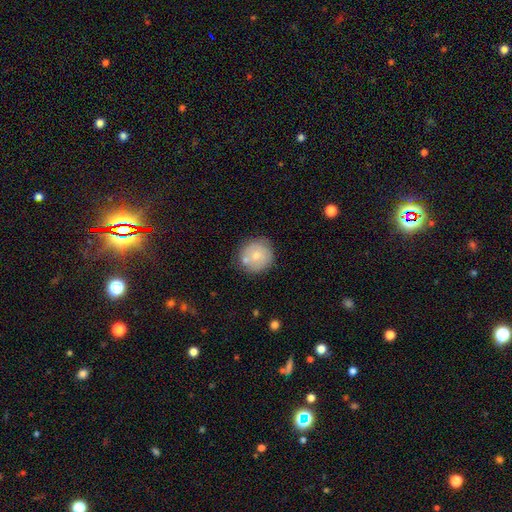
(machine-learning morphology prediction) Smooth or featured? Predicted: smooth (p=0.66). How rounded? Predicted: round (p=0.91). Merging? Predicted: none (p=0.66).